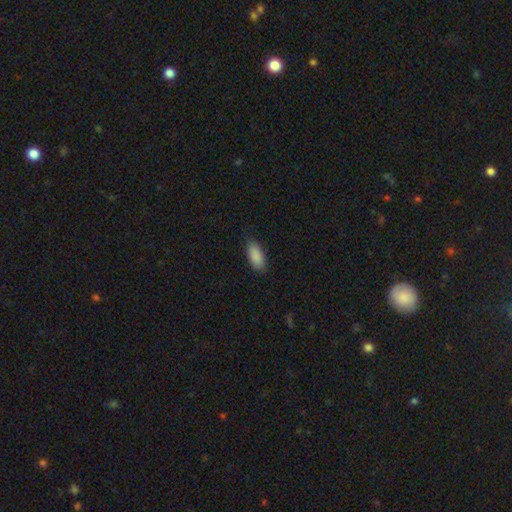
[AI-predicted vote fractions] Smooth or featured? Predicted: smooth (p=0.89). How rounded? Predicted: in between (p=0.89). Merging? Predicted: none (p=0.82).